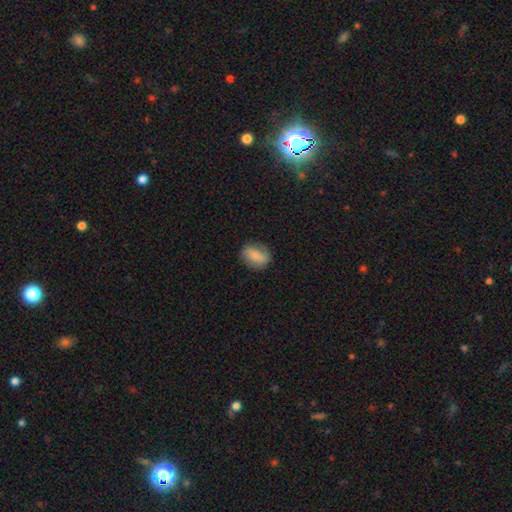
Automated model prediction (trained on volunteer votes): Overall: smooth (59%; featured or disk 33%). How rounded: in between (61%; round 37%). Merging: none (73%).